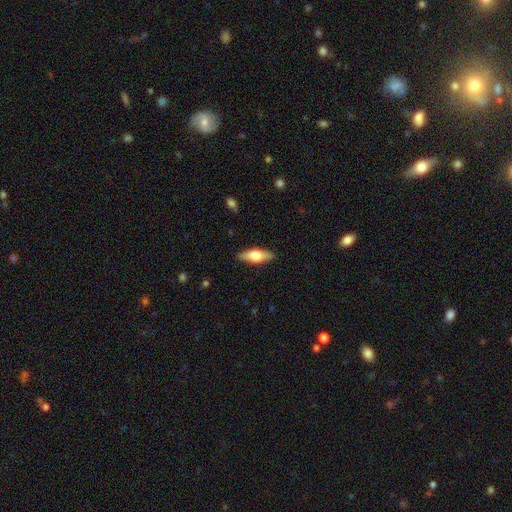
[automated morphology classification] smooth_or_featured: smooth (p=0.55) [alt: featured or disk p=0.39]
how_rounded: in between (p=0.60) [alt: cigar-shaped p=0.37]
merging: none (p=0.88) [alt: minor disturbance p=0.09]